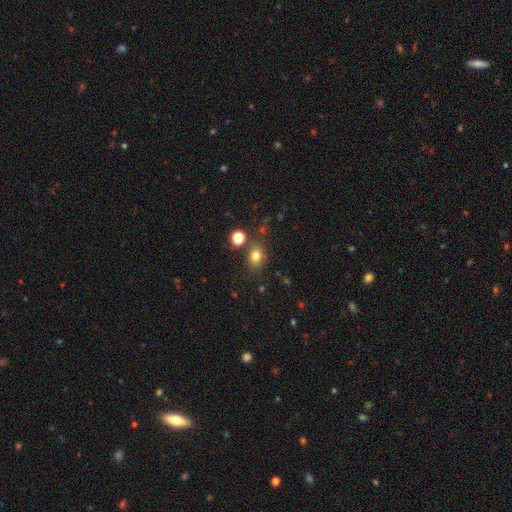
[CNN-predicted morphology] This is likely a smooth galaxy (78%). How rounded: possibly in between (53%). Merging: likely none (75%).